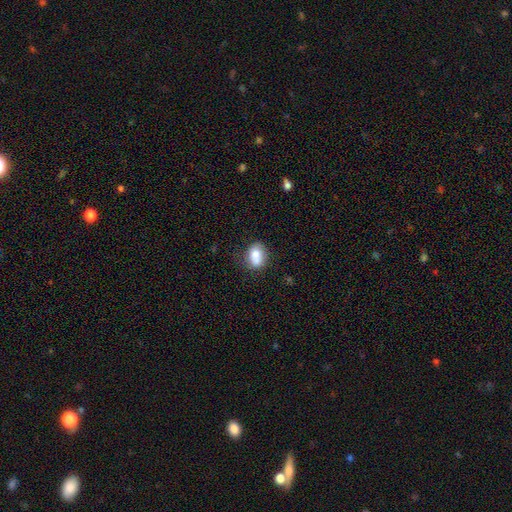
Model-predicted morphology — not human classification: Smooth or featured: smooth — 77% (featured or disk — 15%)
How rounded: in between — 69% (round — 30%)
Merging: none — 55% (minor disturbance — 21%)